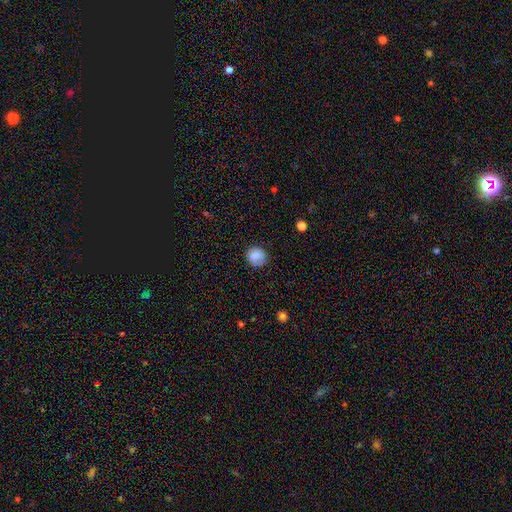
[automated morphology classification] smooth-or-featured: smooth: 80% | featured or disk: 11% | star or artifact: 9%
  how-rounded: round: 82% | in between: 17% | cigar-shaped: 1%
  merging: none: 74% | minor disturbance: 19% | major disturbance: 6% | merger: 2%